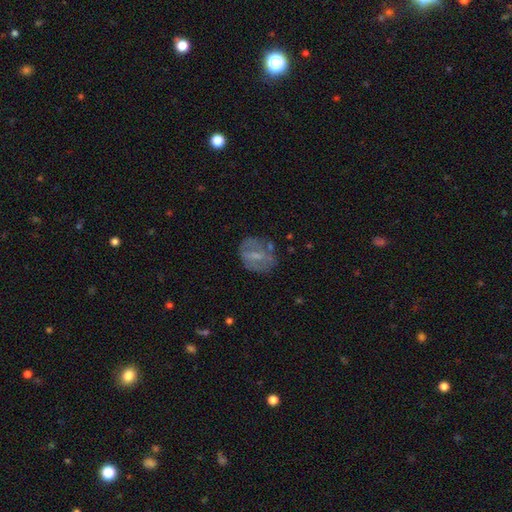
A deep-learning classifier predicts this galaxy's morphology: A featured or disk galaxy (50%).

Vote fractions:
- Smooth or featured? featured or disk: 50% / smooth: 41% / star or artifact: 10%
- Merging? none: 60% / minor disturbance: 22% / major disturbance: 14% / merger: 4%